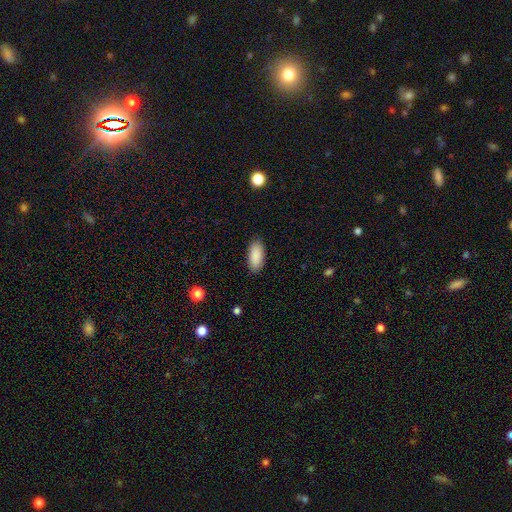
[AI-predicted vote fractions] This appears to be a smooth galaxy with no disk features (90%) that is in between round and cigar-shaped (89%). Merging: none (89%).